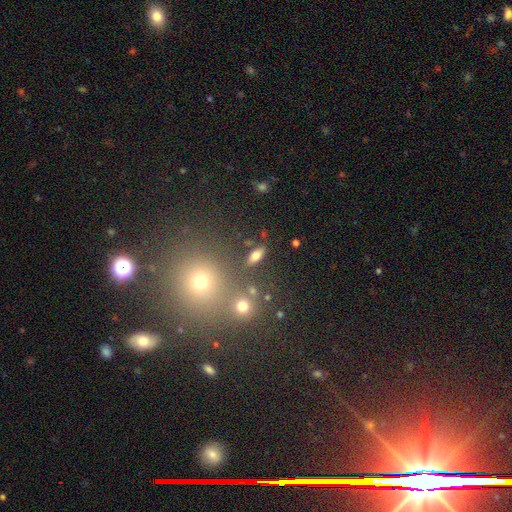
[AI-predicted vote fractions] Morphology: type=smooth (71%); roundness=in between (76%); merging=none (82%).